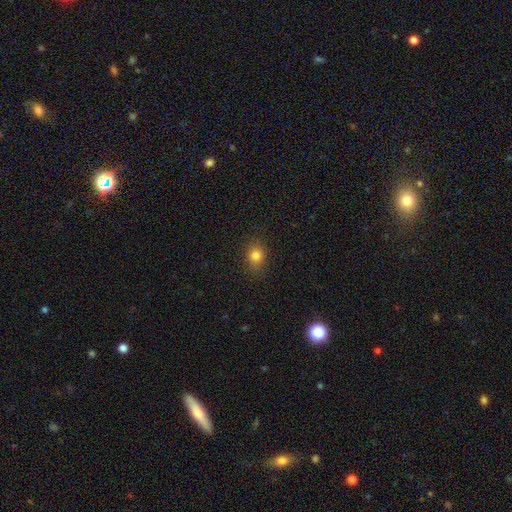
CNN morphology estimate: Overall: smooth (80%). How rounded: round (59%; in between 39%). Merging: none (86%).